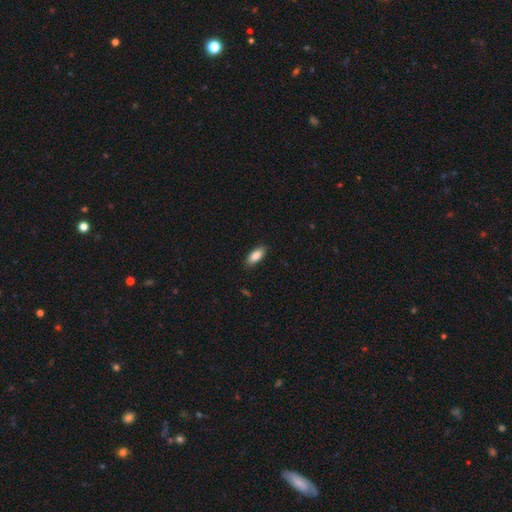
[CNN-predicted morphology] Q: Smooth or featured?
A: smooth (86%); runner-up: featured or disk (8%)
Q: How rounded?
A: in between (83%); runner-up: cigar-shaped (15%)
Q: Merging?
A: none (87%); runner-up: minor disturbance (10%)